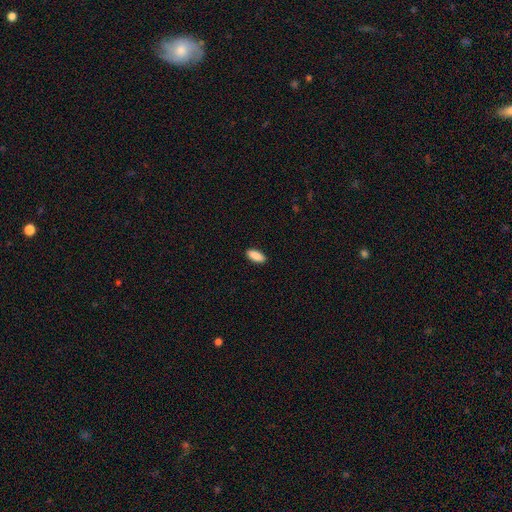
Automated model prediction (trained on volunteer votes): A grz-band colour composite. It shows a smooth galaxy with no disk features (90%) that is in between round and cigar-shaped (86%). Merging: none (90%).